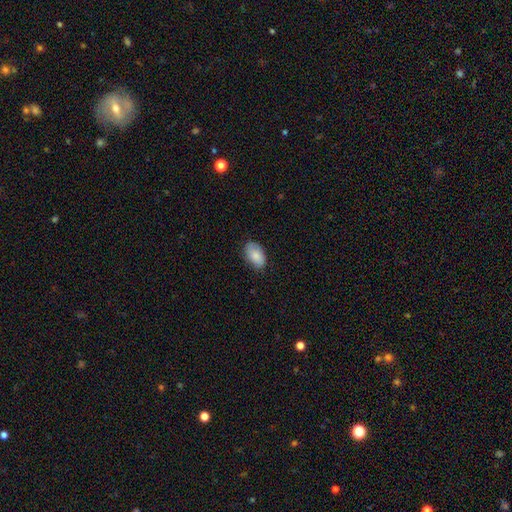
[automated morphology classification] type=smooth (85%); roundness=in between (93%); merging=none (80%).